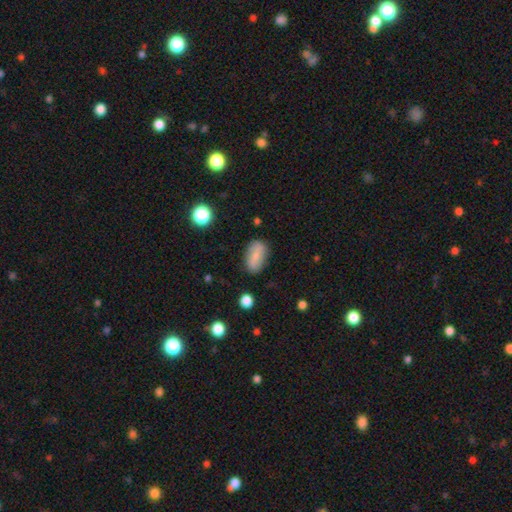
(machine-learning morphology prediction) A smooth galaxy with no disk features (71%) that is in between round and cigar-shaped (88%). Merging: none (82%).